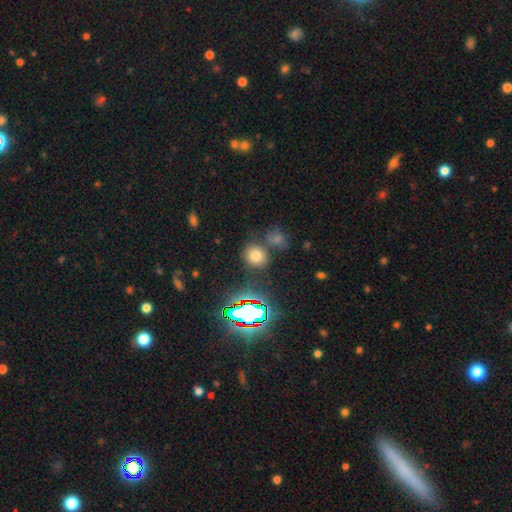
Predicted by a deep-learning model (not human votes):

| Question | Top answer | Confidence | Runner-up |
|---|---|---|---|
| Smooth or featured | smooth | 69% | star or artifact (23%) |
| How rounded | round | 81% | in between (17%) |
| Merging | none | 74% | merger (13%) |